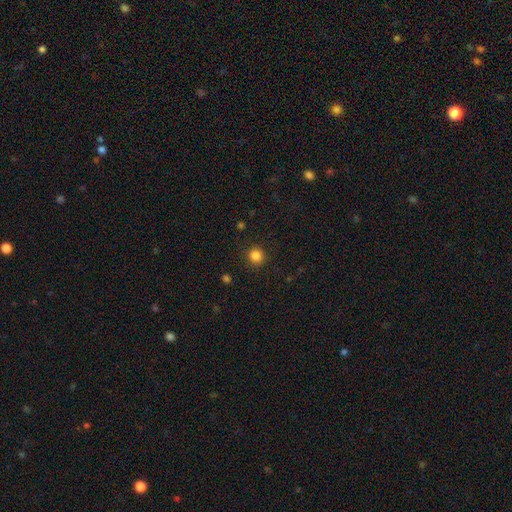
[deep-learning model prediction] Q: Smooth or featured?
A: smooth (84%); runner-up: star or artifact (12%)
Q: How rounded?
A: round (92%); runner-up: in between (7%)
Q: Merging?
A: none (91%); runner-up: minor disturbance (6%)